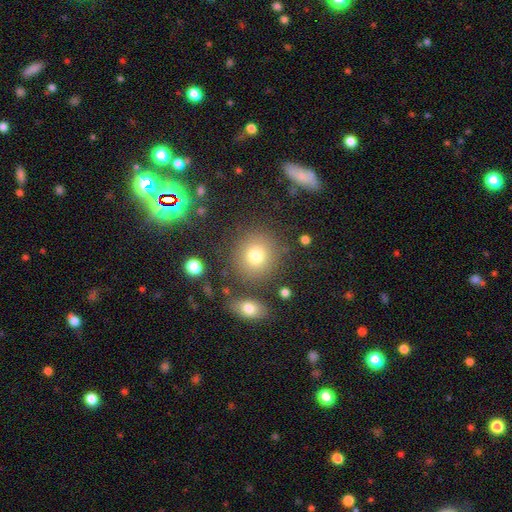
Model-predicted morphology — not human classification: The model was most divided on "smooth or featured": smooth: 76%, star or artifact: 13%, featured or disk: 10%. More confident: how rounded — round (85%); merging — none (80%).